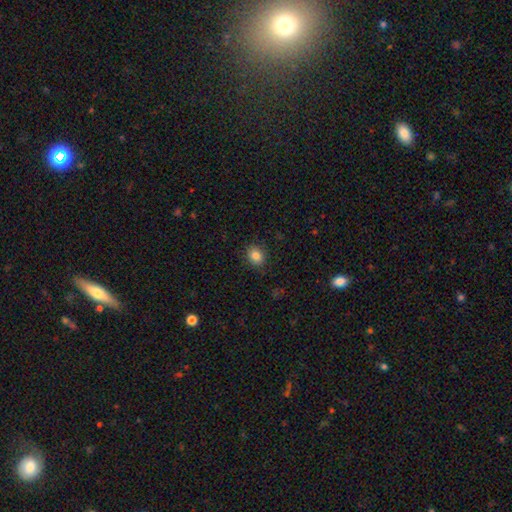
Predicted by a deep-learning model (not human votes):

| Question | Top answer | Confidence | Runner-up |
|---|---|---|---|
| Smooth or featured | smooth | 84% | star or artifact (10%) |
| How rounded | round | 62% | in between (37%) |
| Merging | none | 88% | minor disturbance (9%) |